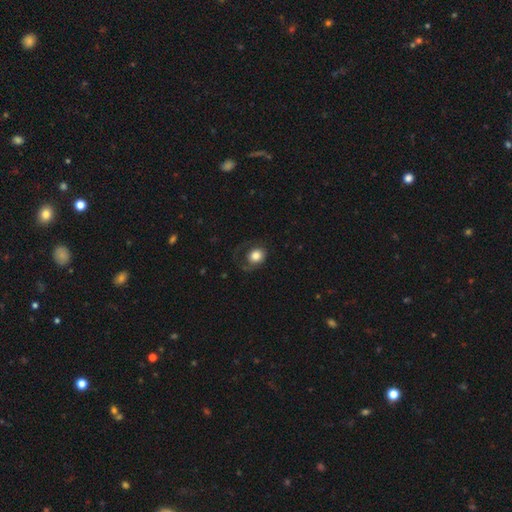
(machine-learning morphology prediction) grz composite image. It shows a smooth galaxy with no disk features (75%) that is round (60%). Merging: none (52%).